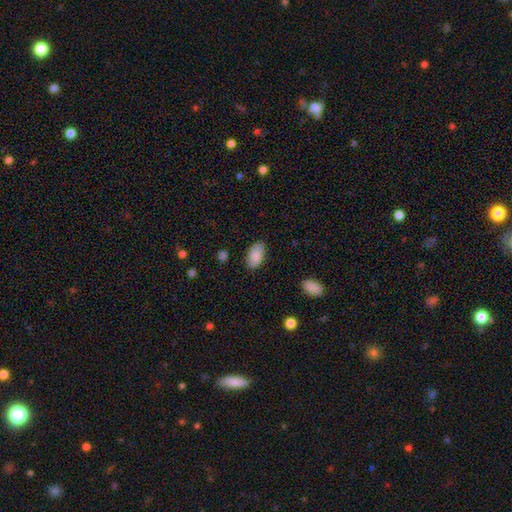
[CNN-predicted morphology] Q: Smooth or featured?
A: smooth (86%); runner-up: featured or disk (7%)
Q: How rounded?
A: in between (95%); runner-up: round (3%)
Q: Merging?
A: none (83%); runner-up: minor disturbance (13%)